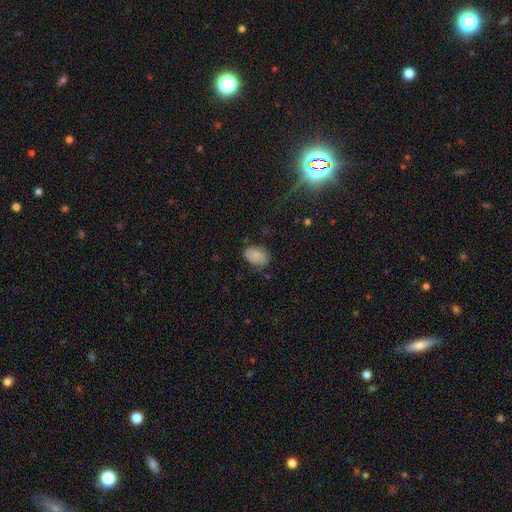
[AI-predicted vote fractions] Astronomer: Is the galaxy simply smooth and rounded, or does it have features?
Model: smooth — 64%.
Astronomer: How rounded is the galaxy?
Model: in between — 80%.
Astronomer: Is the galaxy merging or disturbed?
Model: none — 50% (runner-up: minor disturbance, 33%).